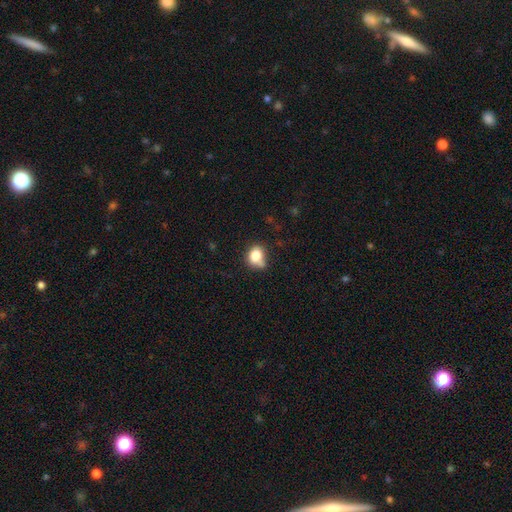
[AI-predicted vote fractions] A smooth galaxy with no disk features (80%) that is round (56%).

Vote fractions:
- Smooth or featured? smooth: 80% / star or artifact: 10% / featured or disk: 9%
- How rounded? round: 56% / in between: 43% / cigar-shaped: 1%
- Merging? none: 51% / minor disturbance: 27% / merger: 13% / major disturbance: 9%